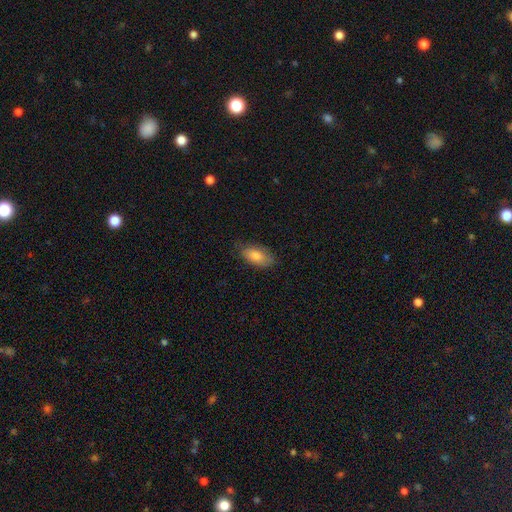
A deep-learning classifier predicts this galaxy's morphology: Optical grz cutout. It shows a smooth galaxy with no disk features (81%) that is in between round and cigar-shaped (91%). Merging: none (76%).